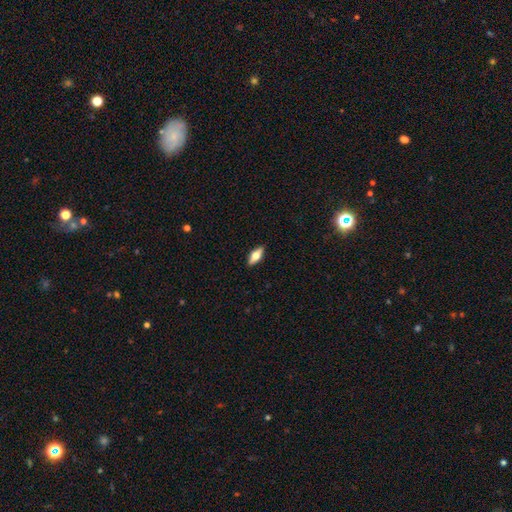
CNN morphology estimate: This is possibly a smooth galaxy (55%). How rounded: likely in between (73%). Merging: clearly none (90%).